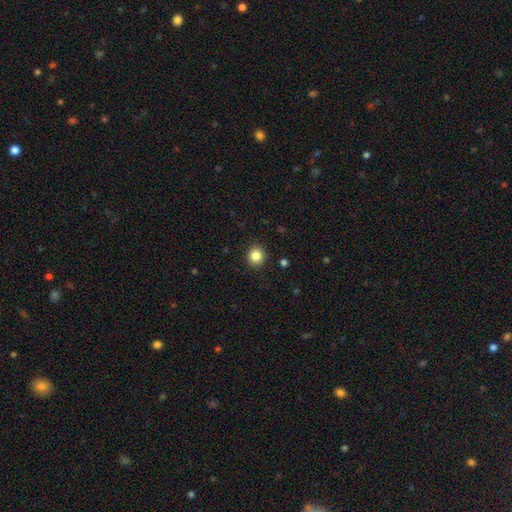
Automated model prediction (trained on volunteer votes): This appears to be a smooth galaxy with no disk features (85%) that is round (88%). Merging: none (91%).